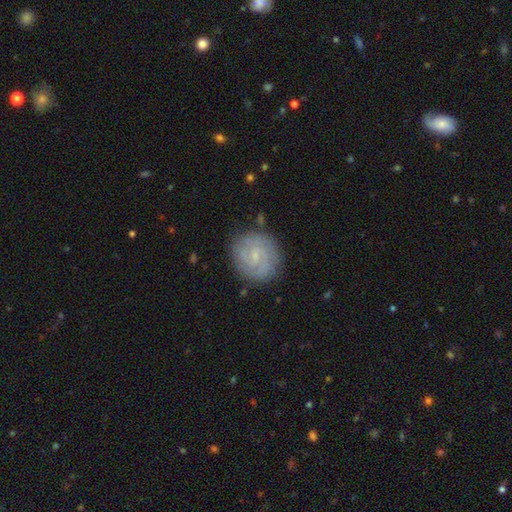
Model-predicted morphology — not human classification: smooth-or-featured: featured or disk: 72% | smooth: 21% | star or artifact: 7%
  disk-edge-on: no: 98% | yes: 2%
    bar: weak: 51% | no: 41% | strong: 8%
    has-spiral-arms: yes: 93% | no: 7%
      spiral-winding: tight: 58% | medium: 33% | loose: 9%
      spiral-arm-count: 2: 50% | can't tell: 24% | 3: 14% | 4: 5% | 1: 4% | more than 4: 4%
    bulge-size: small: 72% | moderate: 14% | none: 12% | large: 1% | dominant: 1%
  merging: none: 82% | minor disturbance: 13% | major disturbance: 4% | merger: 1%